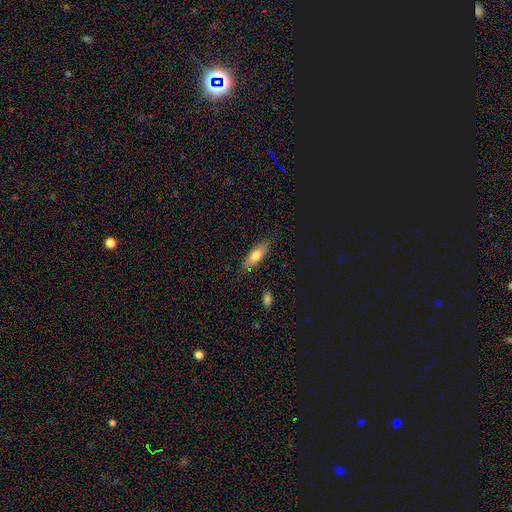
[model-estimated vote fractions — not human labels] Smooth or featured? smooth (71%)
How rounded? in between (59%)
Merging? none (80%)